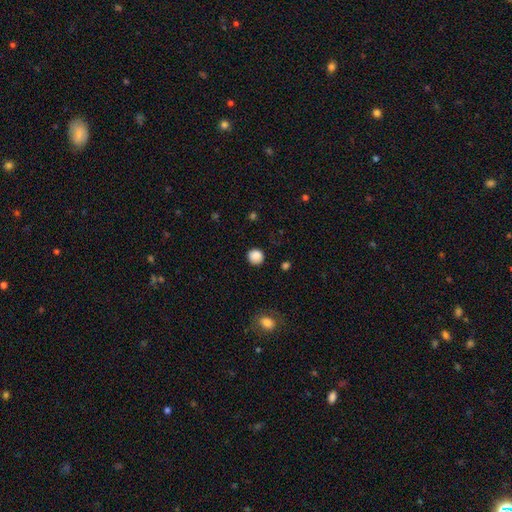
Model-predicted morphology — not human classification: The model was most divided on "merging": none: 85%, minor disturbance: 11%, major disturbance: 3%, merger: 1%. More confident: how rounded — round (89%); smooth or featured — smooth (87%).